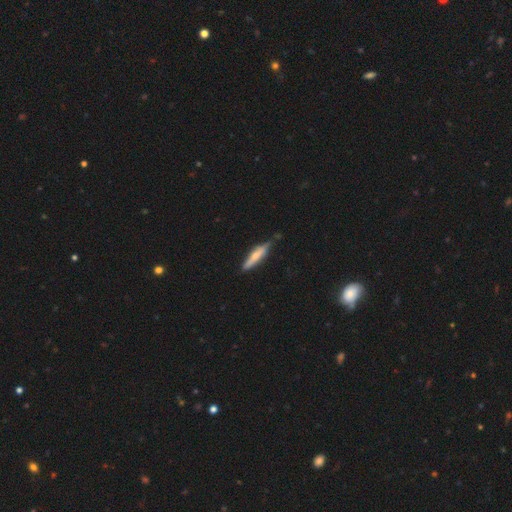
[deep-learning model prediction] Smooth or featured?
  - smooth: 57% *
  - featured or disk: 37%
  - star or artifact: 6%
How rounded?
  - cigar-shaped: 83% *
  - in between: 15%
  - round: 2%
Merging?
  - none: 71% *
  - minor disturbance: 23%
  - major disturbance: 4%
  - merger: 3%